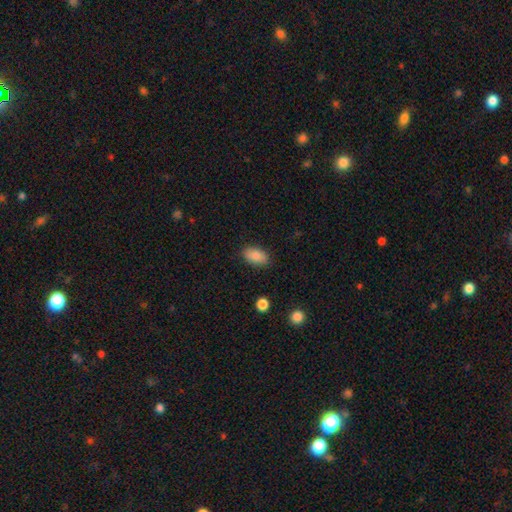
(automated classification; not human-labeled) Smooth or featured? Predicted: smooth (p=0.86). How rounded? Predicted: in between (p=0.92). Merging? Predicted: none (p=0.84).